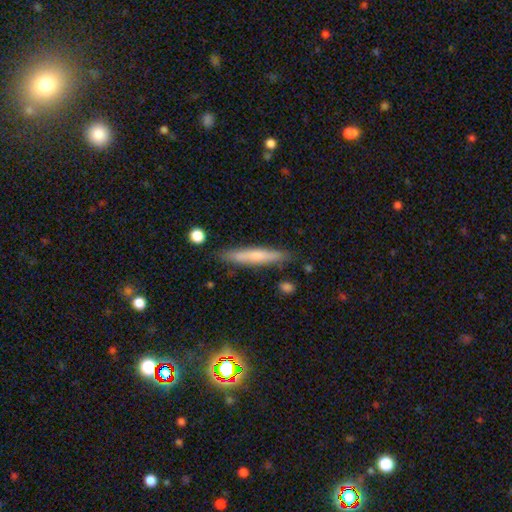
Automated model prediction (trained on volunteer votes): A smooth galaxy with no disk features (62%) that is cigar-shaped (92%). Merging: none (86%).